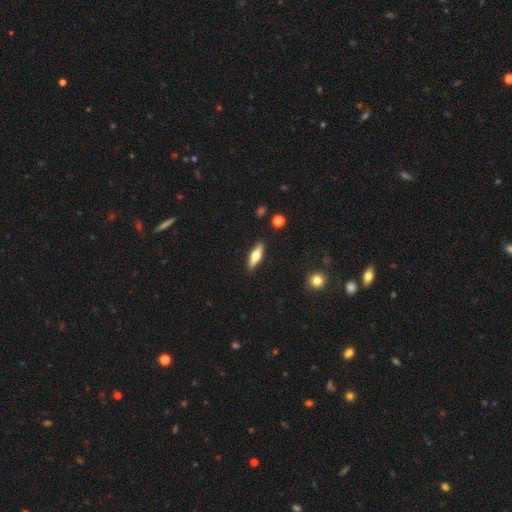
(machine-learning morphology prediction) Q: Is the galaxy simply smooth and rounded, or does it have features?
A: smooth — 52%.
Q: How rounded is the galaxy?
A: cigar-shaped — 58%.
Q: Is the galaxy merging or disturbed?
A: none — 88%.